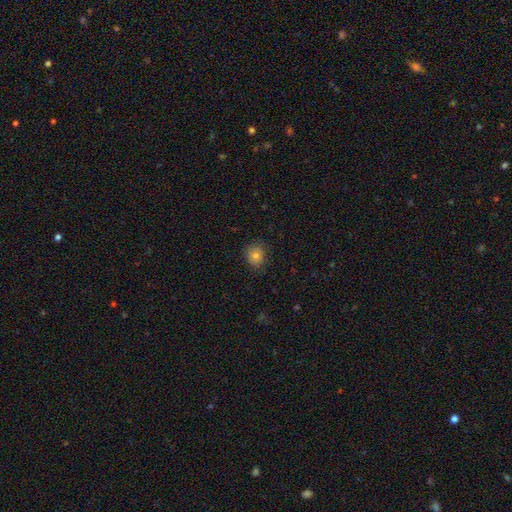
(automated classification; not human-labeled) Smooth or featured? Predicted: smooth (p=0.78). How rounded? Predicted: round (p=0.79). Merging? Predicted: none (p=0.83).